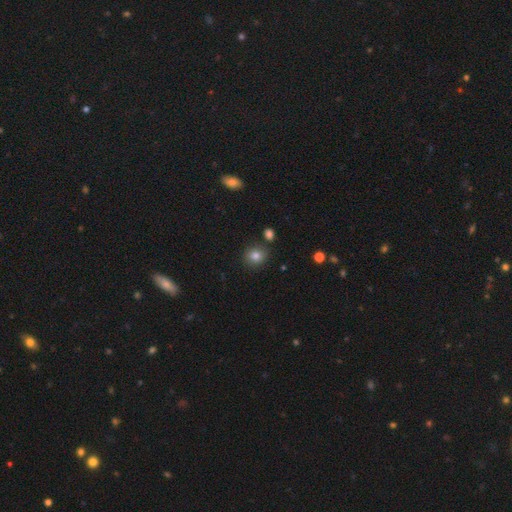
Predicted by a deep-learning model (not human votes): Smooth or featured?
  - smooth: 81% *
  - star or artifact: 12%
  - featured or disk: 7%
How rounded?
  - round: 83% *
  - in between: 17%
  - cigar-shaped: 1%
Merging?
  - none: 84% *
  - minor disturbance: 9%
  - merger: 5%
  - major disturbance: 2%